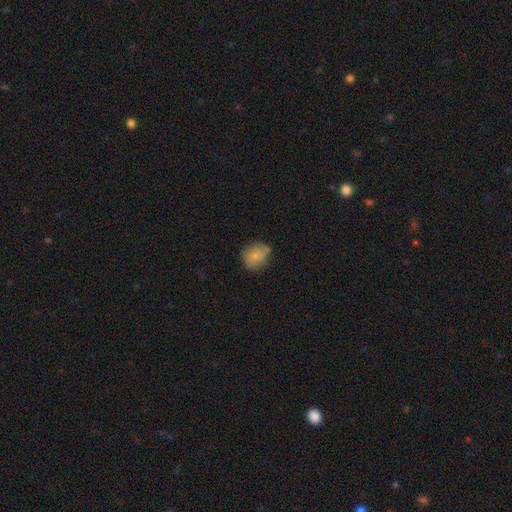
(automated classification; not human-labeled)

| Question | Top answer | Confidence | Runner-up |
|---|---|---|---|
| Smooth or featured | smooth | 80% | featured or disk (12%) |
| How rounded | round | 62% | in between (37%) |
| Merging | none | 65% | minor disturbance (27%) |